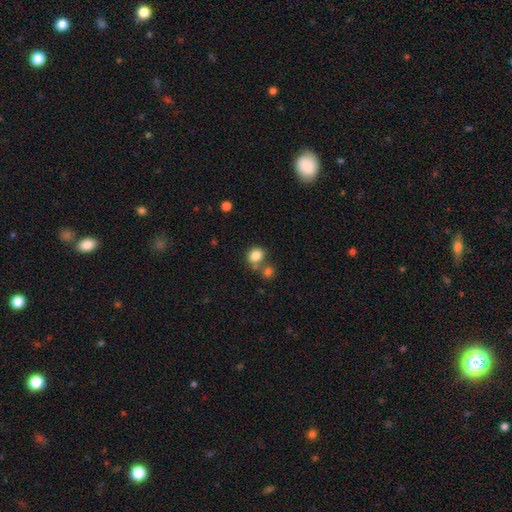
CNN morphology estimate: type=smooth (83%); roundness=round (67%); merging=none (56%).